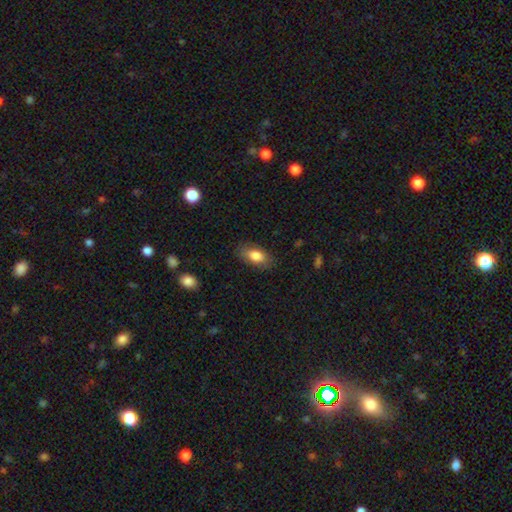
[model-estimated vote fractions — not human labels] A smooth galaxy with no disk features (81%) that is in between round and cigar-shaped (91%).

Vote fractions:
- Smooth or featured? smooth: 81% / featured or disk: 12% / star or artifact: 7%
- How rounded? in between: 91% / round: 5% / cigar-shaped: 4%
- Merging? none: 83% / minor disturbance: 13% / major disturbance: 3% / merger: 1%